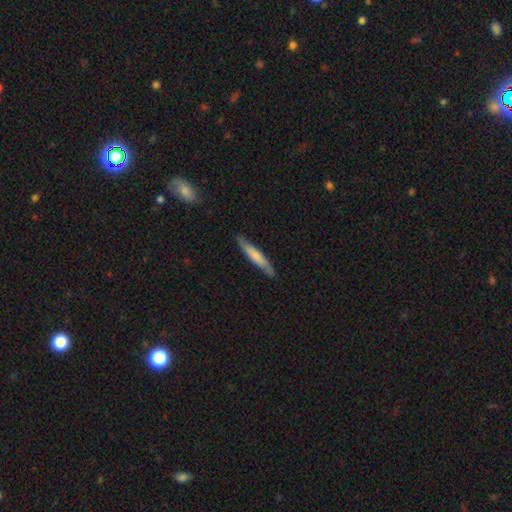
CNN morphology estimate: The model was most divided on "smooth or featured": smooth: 65%, featured or disk: 29%, star or artifact: 5%. More confident: how rounded — cigar-shaped (91%); merging — none (83%).